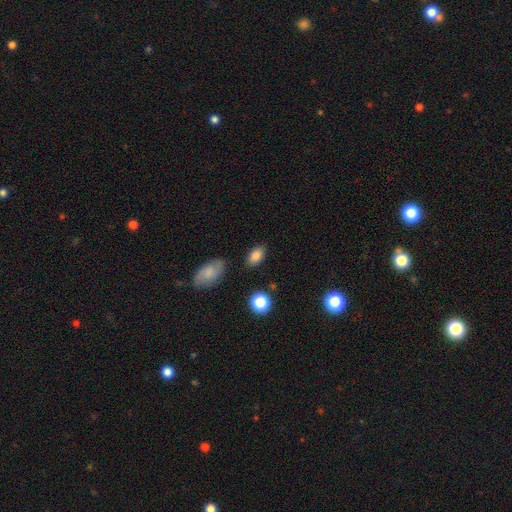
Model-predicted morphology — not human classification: smooth-or-featured: smooth: 85% | star or artifact: 8% | featured or disk: 7%
  how-rounded: in between: 90% | round: 8% | cigar-shaped: 2%
  merging: none: 83% | minor disturbance: 12% | major disturbance: 3% | merger: 3%